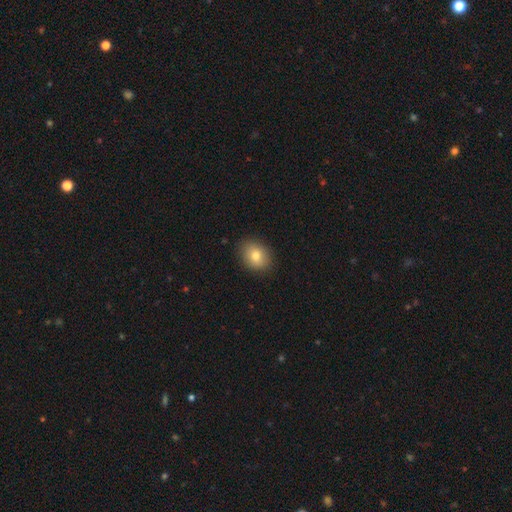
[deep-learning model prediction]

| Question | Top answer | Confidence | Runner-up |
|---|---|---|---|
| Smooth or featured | smooth | 79% | featured or disk (11%) |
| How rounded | in between | 52% | round (47%) |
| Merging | none | 88% | minor disturbance (9%) |